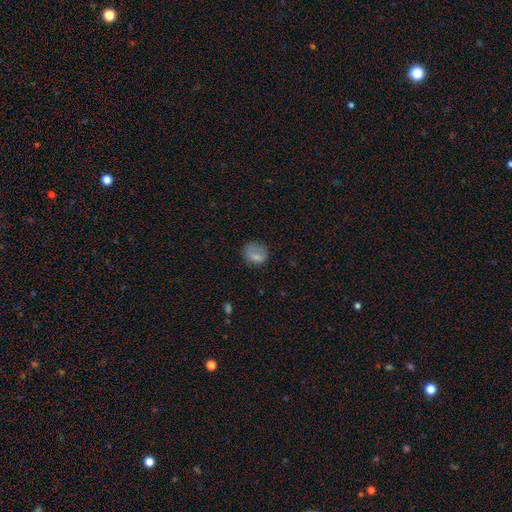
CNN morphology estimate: smooth-or-featured: smooth: 75% | featured or disk: 14% | star or artifact: 11%
  how-rounded: round: 54% | in between: 45% | cigar-shaped: 1%
  merging: none: 56% | minor disturbance: 26% | major disturbance: 16% | merger: 2%